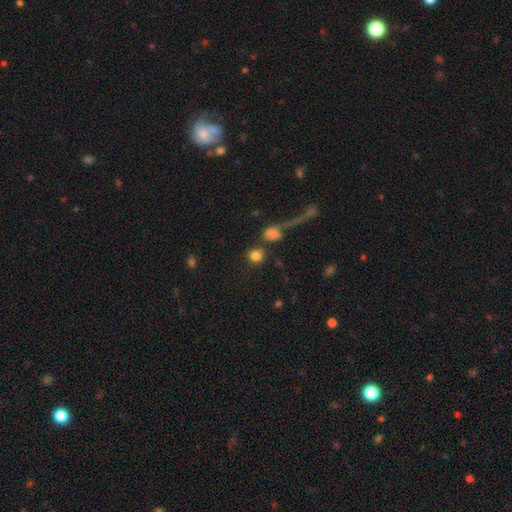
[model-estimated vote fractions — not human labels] This appears to be a smooth galaxy with no disk features (81%) that is round (86%). Merging: none (66%).